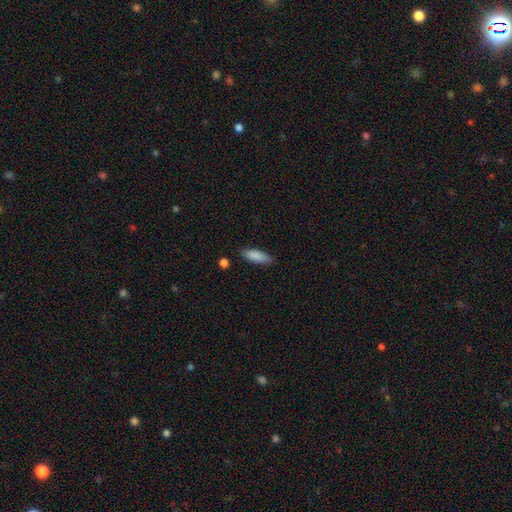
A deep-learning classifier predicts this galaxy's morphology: Overall: smooth (87%). How rounded: in between (64%; cigar-shaped 35%). Merging: none (83%).